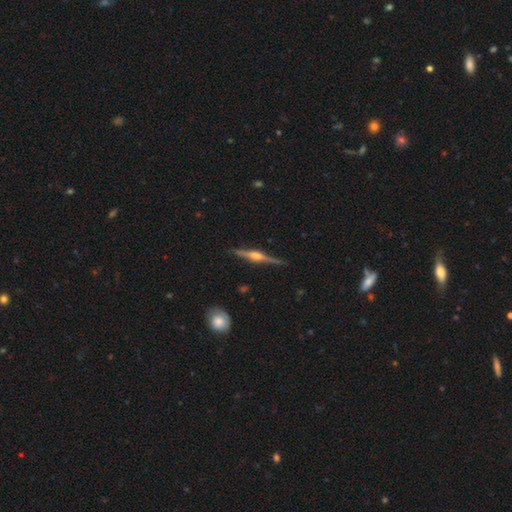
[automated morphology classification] smooth_or_featured: featured or disk (p=0.83) [alt: smooth p=0.12]
disk_edge_on: yes (p=0.98) [alt: no p=0.02]
edge_on_bulge: rounded (p=0.88) [alt: boxy p=0.08]
merging: none (p=0.88) [alt: minor disturbance p=0.09]